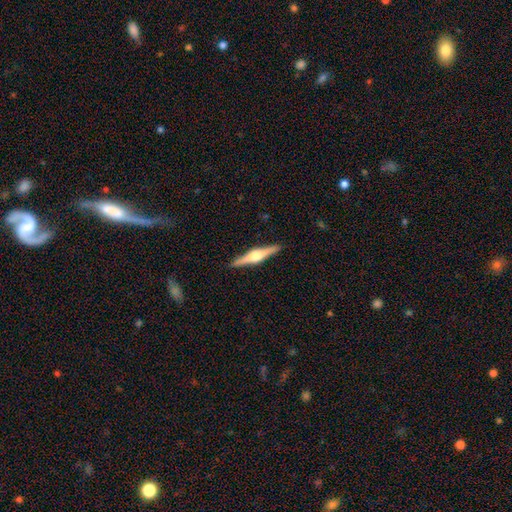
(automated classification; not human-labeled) Overall: featured or disk (76%). Edge-on disk: yes (98%). Edge-on bulge: rounded (91%). Merging: none (91%).